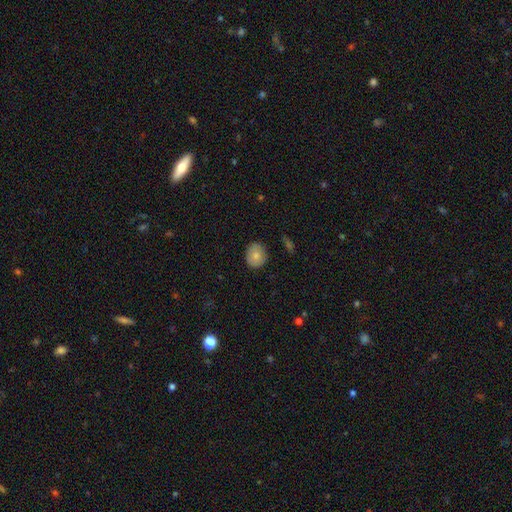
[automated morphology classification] Q: Smooth or featured?
A: smooth (79%); runner-up: featured or disk (13%)
Q: How rounded?
A: round (69%); runner-up: in between (30%)
Q: Merging?
A: none (84%); runner-up: minor disturbance (12%)